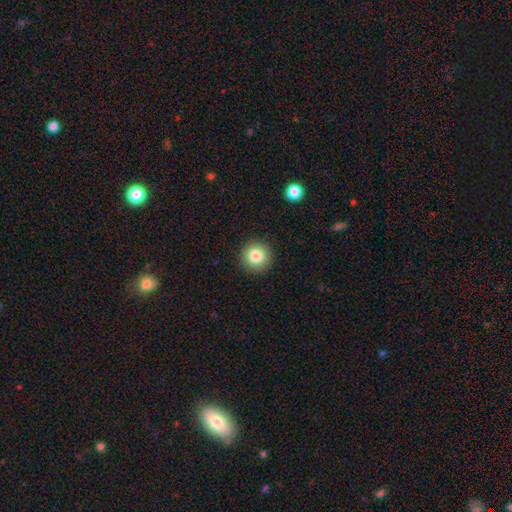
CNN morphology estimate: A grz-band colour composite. It shows a smooth galaxy with no disk features (83%) that is round (96%). Merging: none (92%).